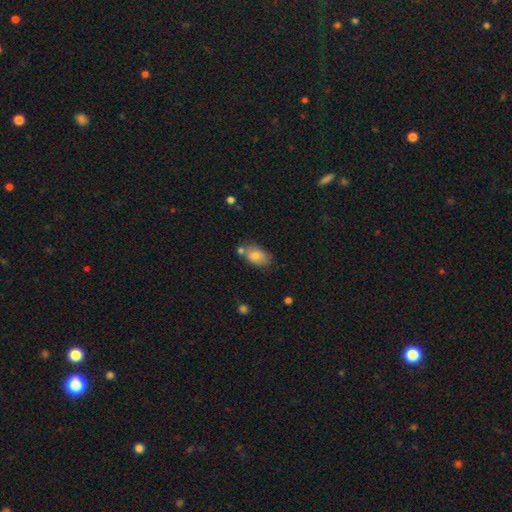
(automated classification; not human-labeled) Overall: smooth (80%). How rounded: in between (91%). Merging: none (61%).